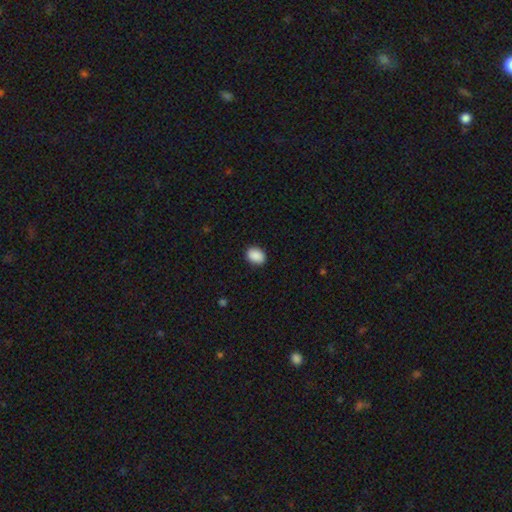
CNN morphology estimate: A smooth galaxy with no disk features (90%) that is in between round and cigar-shaped (72%).

Vote fractions:
- Smooth or featured? smooth: 90% / star or artifact: 7% / featured or disk: 3%
- How rounded? in between: 72% / round: 27% / cigar-shaped: 1%
- Merging? none: 89% / minor disturbance: 8% / major disturbance: 2% / merger: 1%